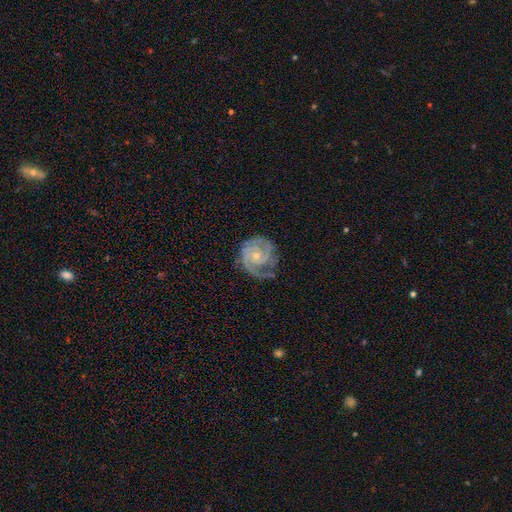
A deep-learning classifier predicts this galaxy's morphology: Overall: featured or disk (91%). Edge-on disk: no (98%). Bar: no (70%). Spiral arms: yes (98%). Spiral arm count: 2 (55%; 3 25%). Spiral winding: tight (65%; medium 31%). Bulge size: small (72%). Merging: none (66%).